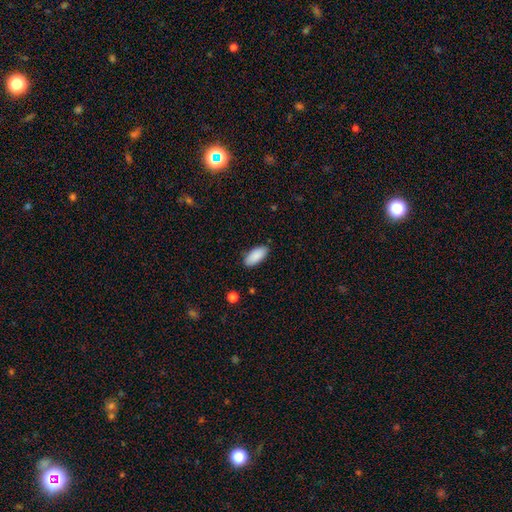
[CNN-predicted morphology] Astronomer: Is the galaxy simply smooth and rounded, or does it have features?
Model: smooth — 90%.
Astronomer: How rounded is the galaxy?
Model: in between — 89%.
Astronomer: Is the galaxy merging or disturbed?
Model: none — 86%.